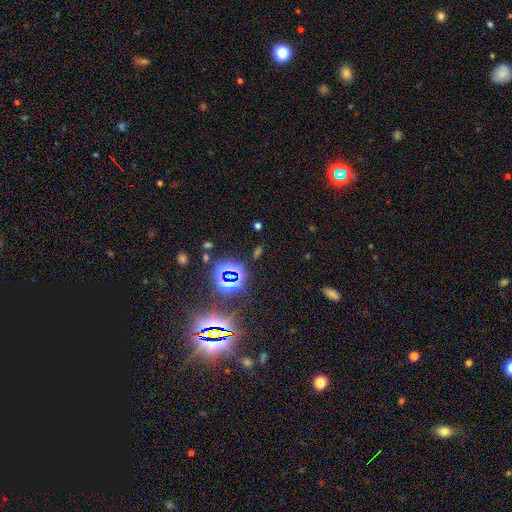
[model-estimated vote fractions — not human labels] A star or artifact, not a galaxy (75%).